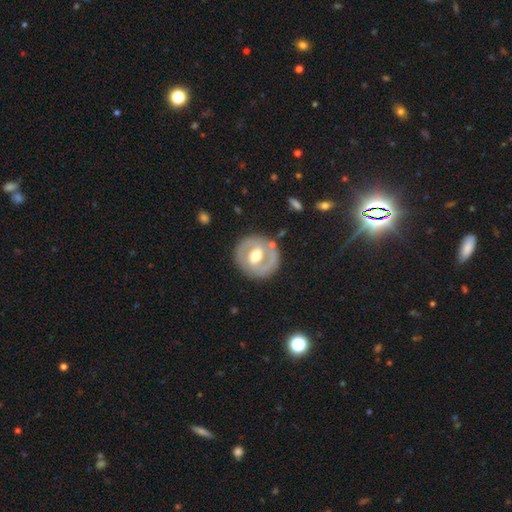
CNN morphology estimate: type=featured or disk (68%); edge-on=no (96%); bar=weak (45%); spiral arms=yes (51%); bulge=moderate (73%); merging=none (81%).